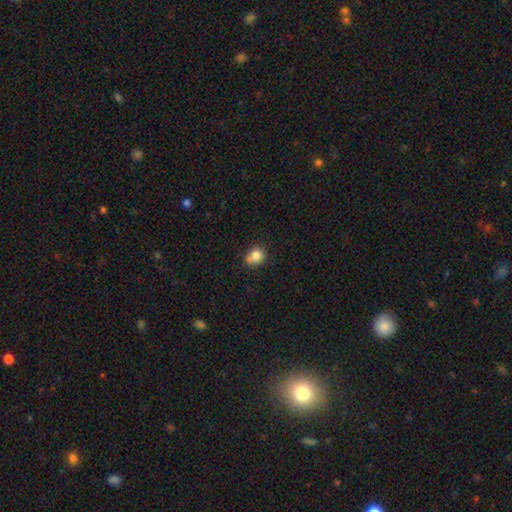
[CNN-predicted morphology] The model was most divided on "how rounded": round: 57%, in between: 42%, cigar-shaped: 1%. More confident: smooth or featured — smooth (83%); merging — none (61%).